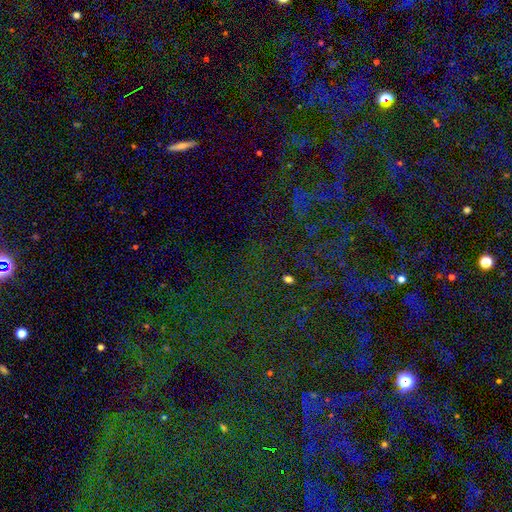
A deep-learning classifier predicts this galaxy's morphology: Smooth or featured? Predicted: star or artifact (p=0.79).